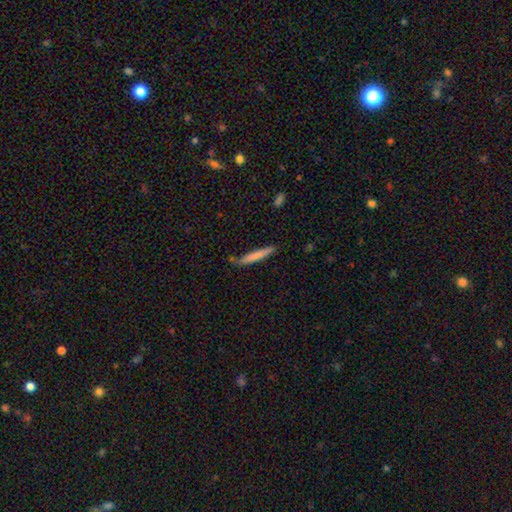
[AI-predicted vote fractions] The model was most divided on "smooth or featured": smooth: 73%, featured or disk: 21%, star or artifact: 6%. More confident: how rounded — cigar-shaped (95%); merging — none (77%).